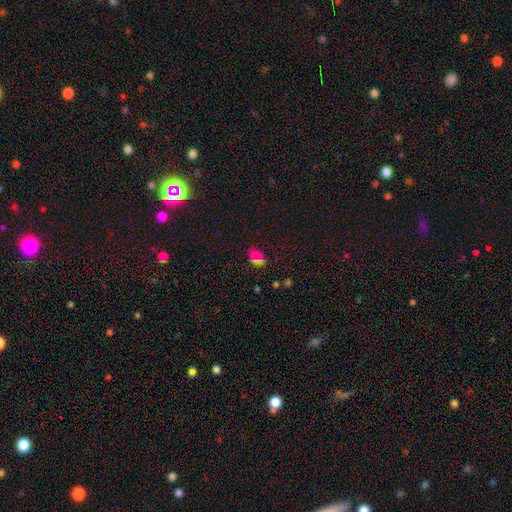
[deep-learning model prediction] smooth-or-featured: smooth: 57% | star or artifact: 35% | featured or disk: 8%
  how-rounded: in between: 58% | round: 37% | cigar-shaped: 5%
  merging: none: 76% | minor disturbance: 13% | major disturbance: 6% | merger: 5%